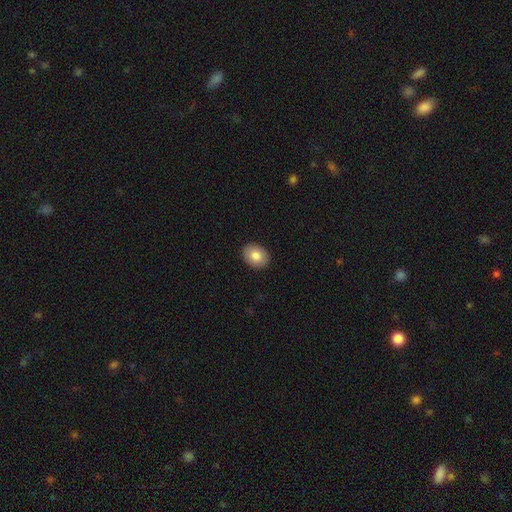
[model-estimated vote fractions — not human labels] The model was most divided on "how rounded": in between: 68%, round: 31%, cigar-shaped: 1%. More confident: merging — none (91%); smooth or featured — smooth (83%).